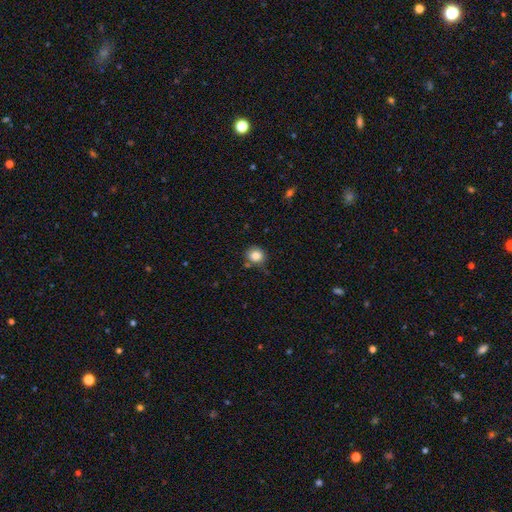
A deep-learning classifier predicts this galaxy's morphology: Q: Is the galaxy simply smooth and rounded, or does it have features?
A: smooth — 85%.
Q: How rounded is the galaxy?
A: round — 81%.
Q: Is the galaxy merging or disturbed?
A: none — 74%.